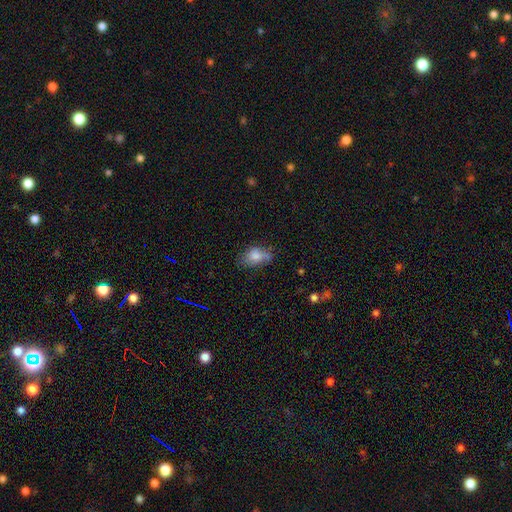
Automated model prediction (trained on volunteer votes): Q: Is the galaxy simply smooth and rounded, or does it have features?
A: smooth — 75%.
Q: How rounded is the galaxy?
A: in between — 82%.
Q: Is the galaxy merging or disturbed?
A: none — 45%.